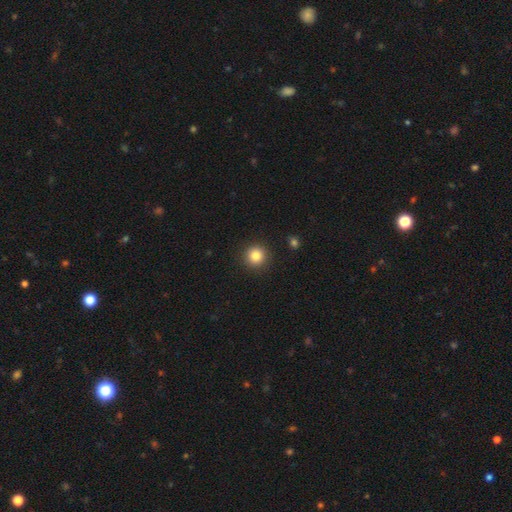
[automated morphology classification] Q: Smooth or featured?
A: smooth (84%); runner-up: star or artifact (11%)
Q: How rounded?
A: round (95%); runner-up: in between (4%)
Q: Merging?
A: none (91%); runner-up: minor disturbance (6%)